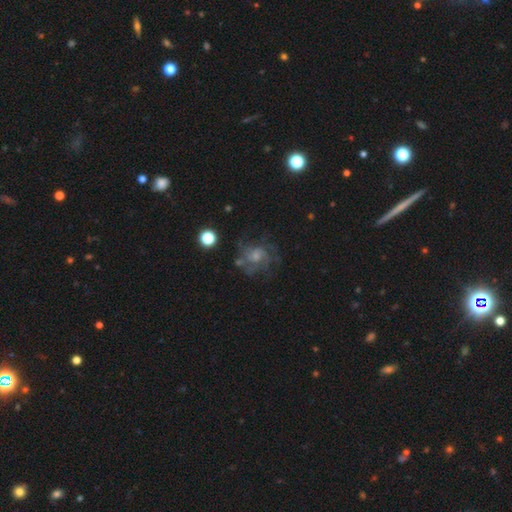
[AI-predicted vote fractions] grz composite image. It shows a featured or disk galaxy (67%) with no bar (77%), medium (43%) spiral arms (81%) and a moderate central bulge (40%). Merging: none (57%).